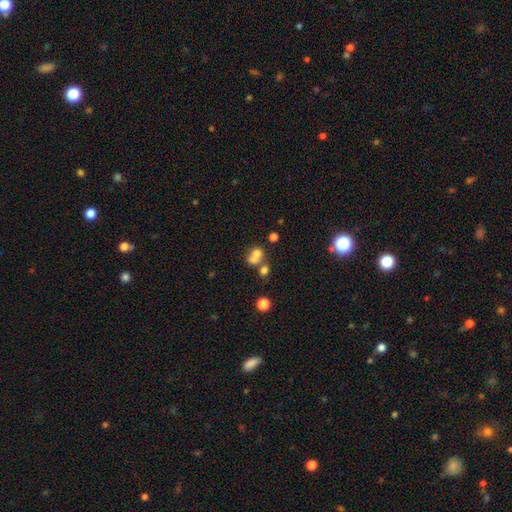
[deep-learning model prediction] The model was most divided on "merging": merger: 61%, none: 28%, minor disturbance: 7%, major disturbance: 4%. More confident: smooth or featured — smooth (67%); how rounded — round (67%).